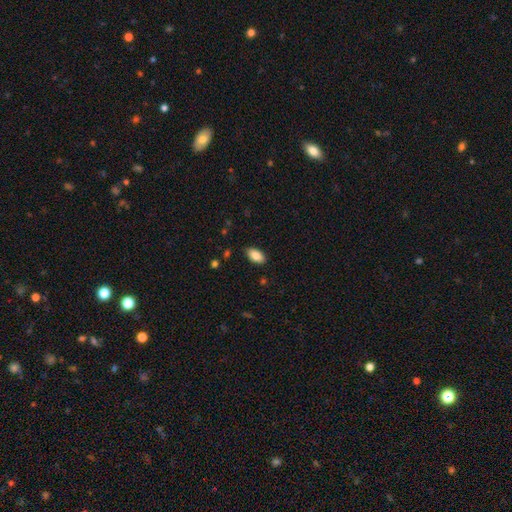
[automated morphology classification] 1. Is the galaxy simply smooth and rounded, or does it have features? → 86% smooth, 7% featured or disk, 7% star or artifact.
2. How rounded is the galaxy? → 94% in between, 3% cigar-shaped, 3% round.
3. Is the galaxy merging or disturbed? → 86% none, 11% minor disturbance, 2% major disturbance, 1% merger.